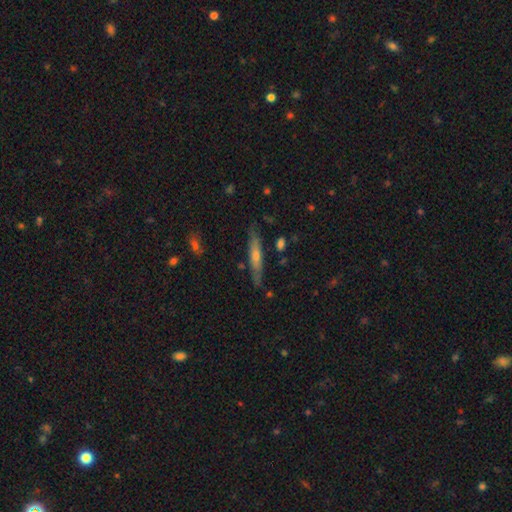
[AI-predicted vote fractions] A featured or disk galaxy (52%) viewed edge-on (89%). Merging: none (83%).